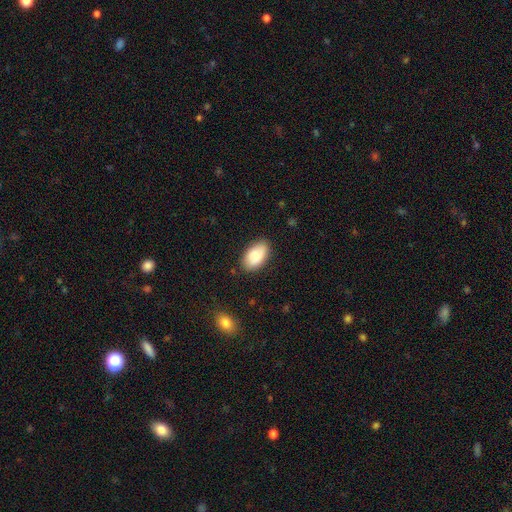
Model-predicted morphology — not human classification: Overall: smooth (86%). How rounded: in between (94%). Merging: none (82%).